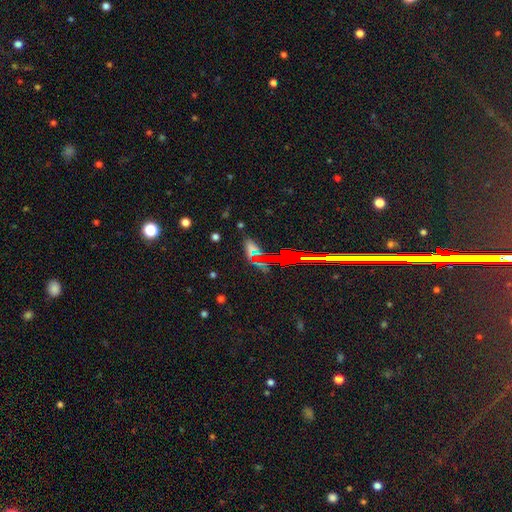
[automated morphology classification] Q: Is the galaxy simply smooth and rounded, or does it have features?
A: star or artifact — 52%.